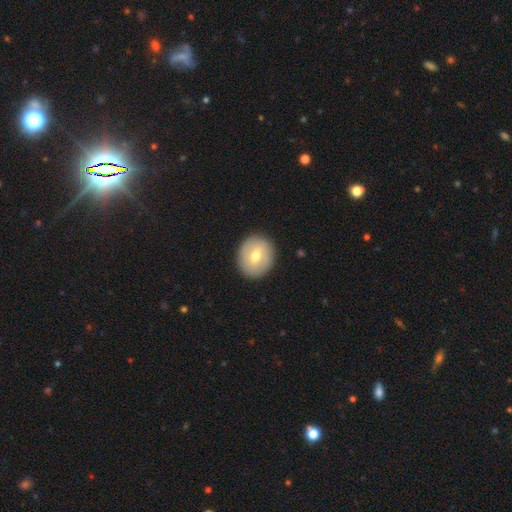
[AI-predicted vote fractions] Smooth or featured: smooth — 60% (featured or disk — 33%)
How rounded: round — 76% (in between — 23%)
Merging: none — 90% (minor disturbance — 7%)